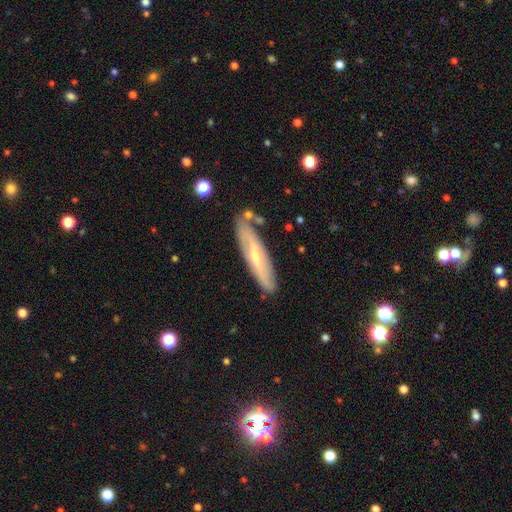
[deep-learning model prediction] A featured or disk galaxy (61%) viewed edge-on (50%, tied with no). Merging: none (79%).